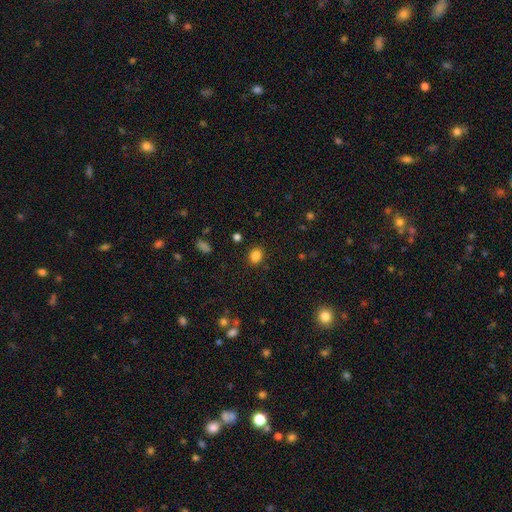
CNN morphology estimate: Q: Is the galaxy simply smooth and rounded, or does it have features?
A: smooth — 84%.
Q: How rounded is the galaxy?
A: round — 64%.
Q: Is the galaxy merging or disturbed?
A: none — 87%.